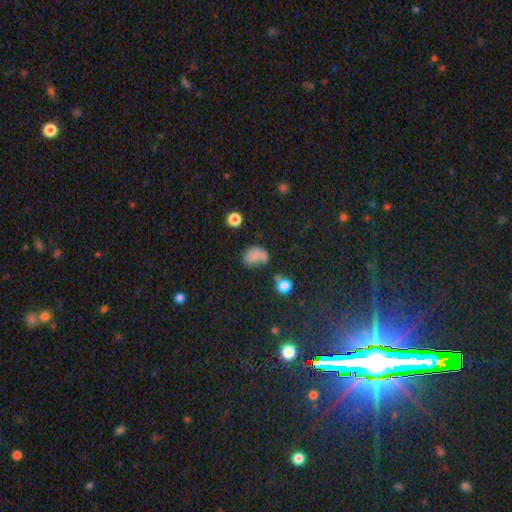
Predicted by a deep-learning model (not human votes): This appears to be a smooth galaxy with no disk features (64%) that is in between round and cigar-shaped (58%). Merging: none (36%).